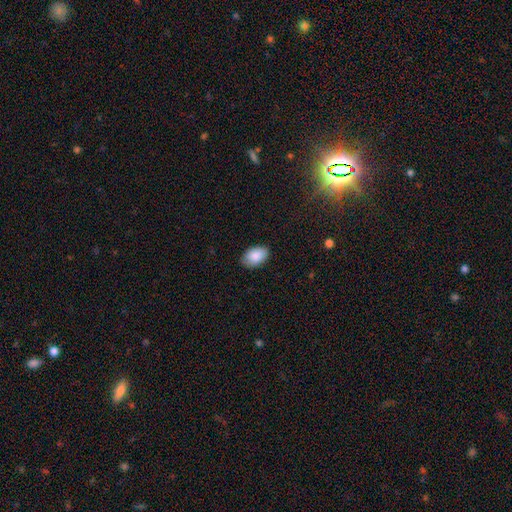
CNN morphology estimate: Smooth or featured: smooth — 88% (star or artifact — 6%)
How rounded: in between — 92% (round — 7%)
Merging: none — 84% (minor disturbance — 13%)